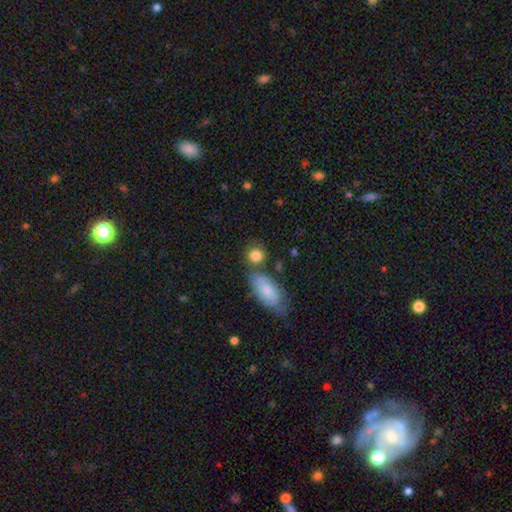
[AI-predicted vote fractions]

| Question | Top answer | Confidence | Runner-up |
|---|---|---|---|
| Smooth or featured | smooth | 84% | star or artifact (8%) |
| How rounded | round | 74% | in between (23%) |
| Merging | none | 67% | merger (16%) |